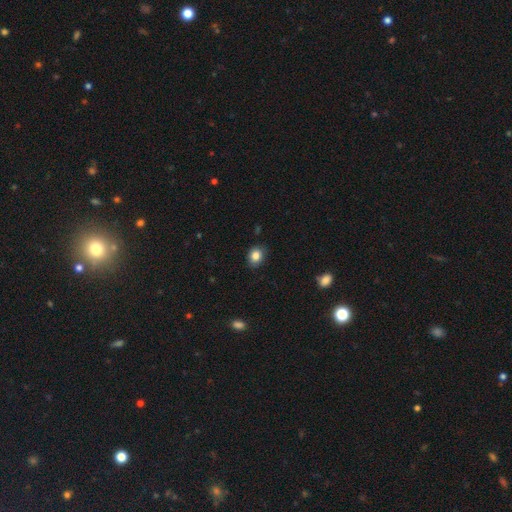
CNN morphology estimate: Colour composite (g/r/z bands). It shows a smooth galaxy with no disk features (84%) that is in between round and cigar-shaped (51%). Merging: none (84%).